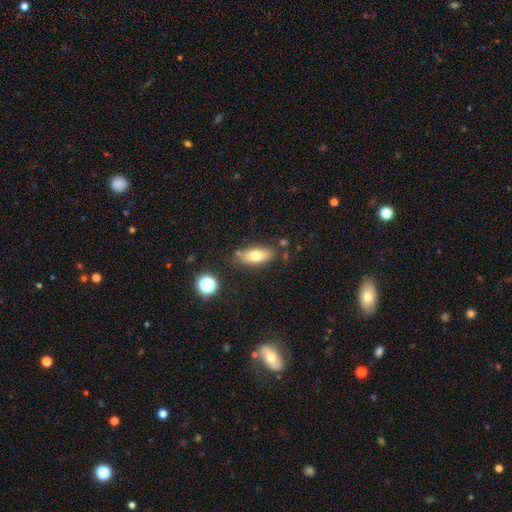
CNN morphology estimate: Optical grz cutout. It shows a smooth galaxy with no disk features (70%) that is in between round and cigar-shaped (76%). Merging: none (78%).